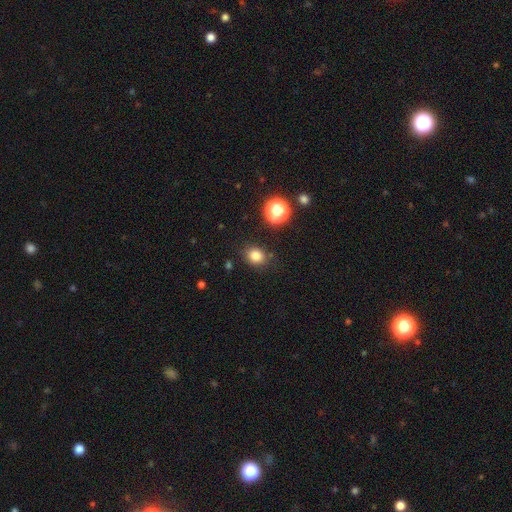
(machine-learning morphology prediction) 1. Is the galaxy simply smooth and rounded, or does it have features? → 81% smooth, 14% star or artifact, 5% featured or disk.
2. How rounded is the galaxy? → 64% round, 35% in between, 1% cigar-shaped.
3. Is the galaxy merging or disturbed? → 83% none, 11% minor disturbance, 3% major disturbance, 3% merger.